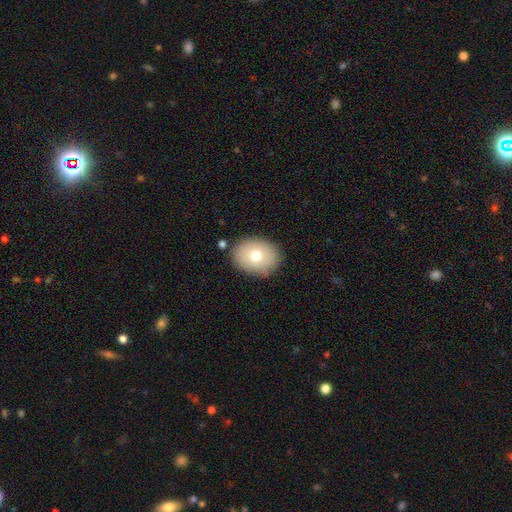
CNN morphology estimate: This is likely a smooth galaxy (72%). How rounded: possibly in between (58%). Merging: clearly none (85%).